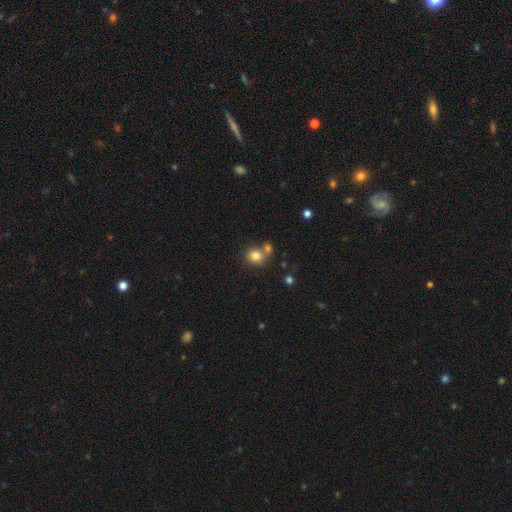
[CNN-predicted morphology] A smooth galaxy with no disk features (81%) that is round (82%). Merging: none (57%).